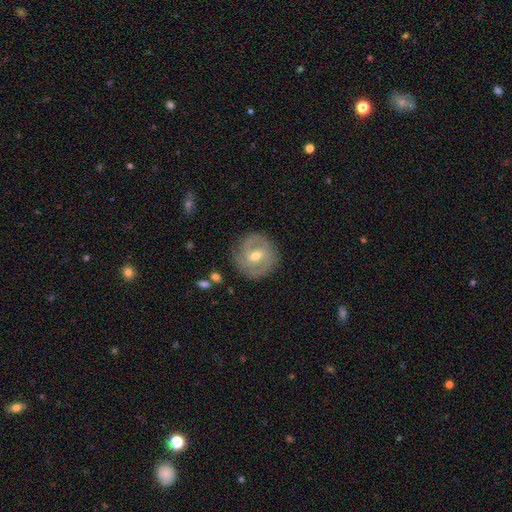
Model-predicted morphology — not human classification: Smooth or featured? Predicted: featured or disk (p=0.80). Edge-on disk? Predicted: no (p=0.97). Bar? Predicted: weak (p=0.53). Spiral arms? Predicted: yes (p=0.93). Spiral winding? Predicted: tight (p=0.50). Spiral arm count? Predicted: 2 (p=0.58). Bulge size? Predicted: moderate (p=0.65). Merging? Predicted: none (p=0.84).